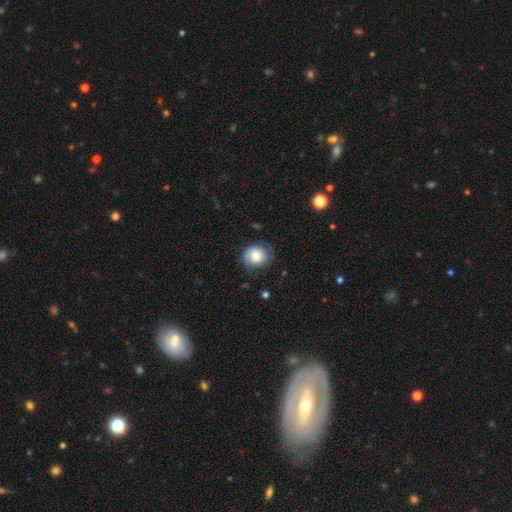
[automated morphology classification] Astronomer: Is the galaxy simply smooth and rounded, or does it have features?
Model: smooth — 71%.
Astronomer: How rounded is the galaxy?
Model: round — 81%.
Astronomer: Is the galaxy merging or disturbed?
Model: none — 70%.